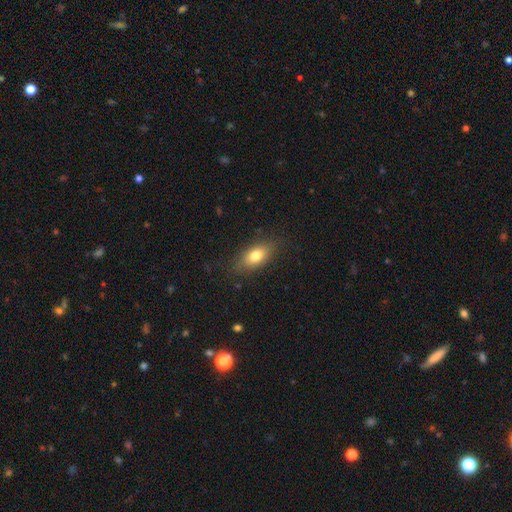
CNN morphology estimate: smooth_or_featured: smooth (p=0.76) [alt: featured or disk p=0.15]
how_rounded: in between (p=0.83) [alt: cigar-shaped p=0.10]
merging: none (p=0.82) [alt: minor disturbance p=0.13]